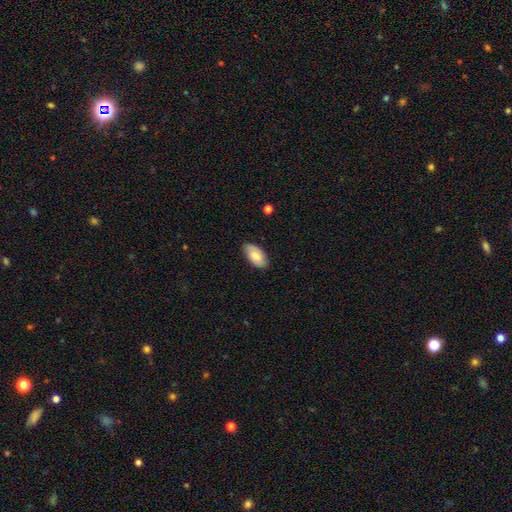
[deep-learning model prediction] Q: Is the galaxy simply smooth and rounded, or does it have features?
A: smooth — 79%.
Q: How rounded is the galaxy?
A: in between — 95%.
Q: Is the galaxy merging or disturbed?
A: none — 84%.